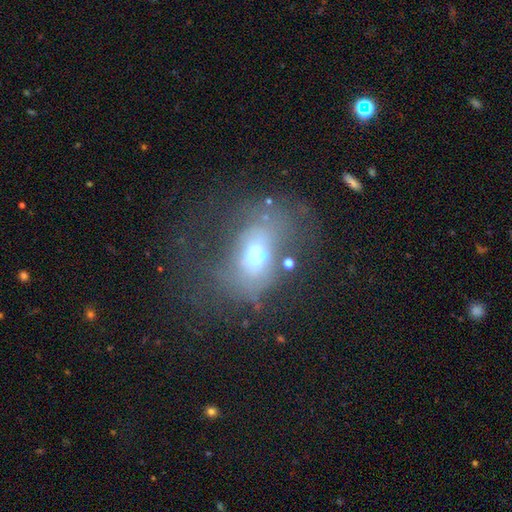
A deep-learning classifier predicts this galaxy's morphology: Smooth or featured: smooth — 44% (featured or disk — 40%)
Merging: none — 37% (major disturbance — 35%)